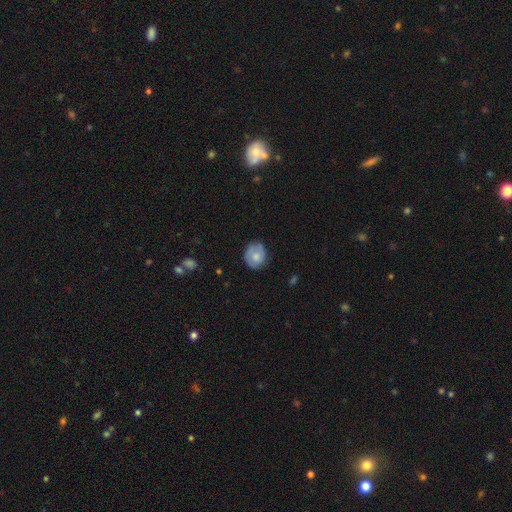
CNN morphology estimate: Q: Smooth or featured?
A: smooth (68%); runner-up: featured or disk (25%)
Q: How rounded?
A: round (71%); runner-up: in between (28%)
Q: Merging?
A: none (69%); runner-up: minor disturbance (24%)